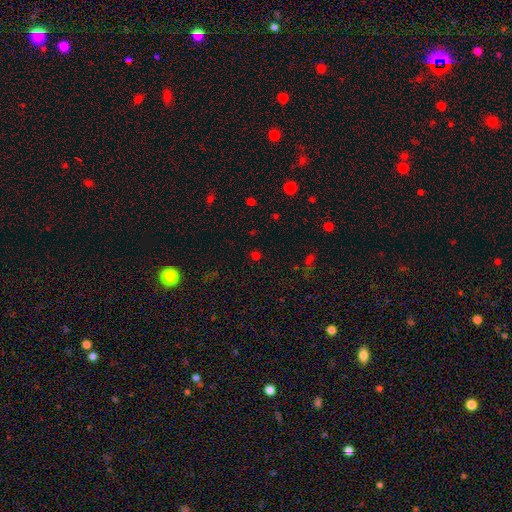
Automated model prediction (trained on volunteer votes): Smooth or featured? smooth (48%)
Merging? none (80%)